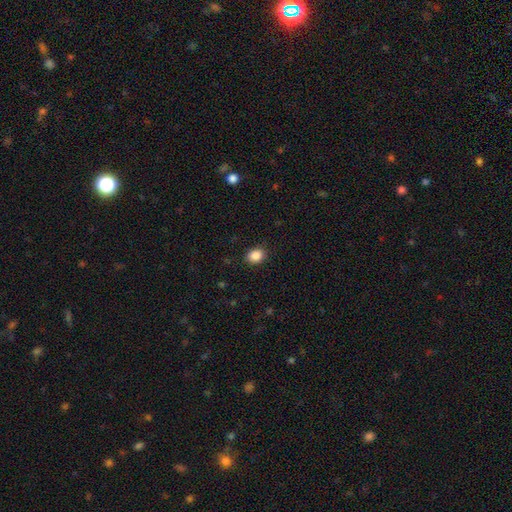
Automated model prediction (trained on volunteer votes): Q: Smooth or featured?
A: smooth (88%); runner-up: star or artifact (9%)
Q: How rounded?
A: in between (55%); runner-up: round (44%)
Q: Merging?
A: none (88%); runner-up: minor disturbance (8%)